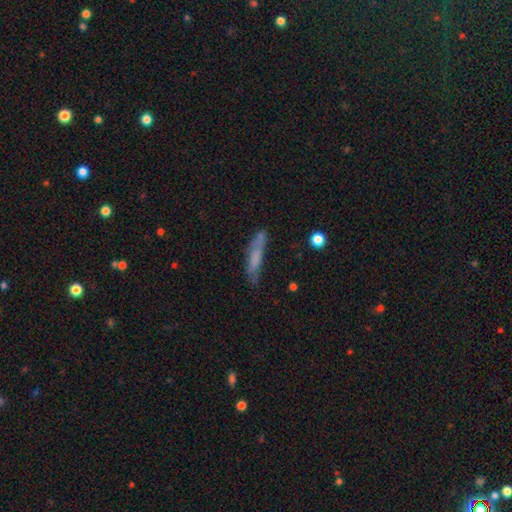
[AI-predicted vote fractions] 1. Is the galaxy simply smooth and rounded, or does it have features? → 58% smooth, 32% featured or disk, 10% star or artifact.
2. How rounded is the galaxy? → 84% cigar-shaped, 14% in between, 2% round.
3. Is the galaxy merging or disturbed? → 60% none, 25% minor disturbance, 10% major disturbance, 6% merger.